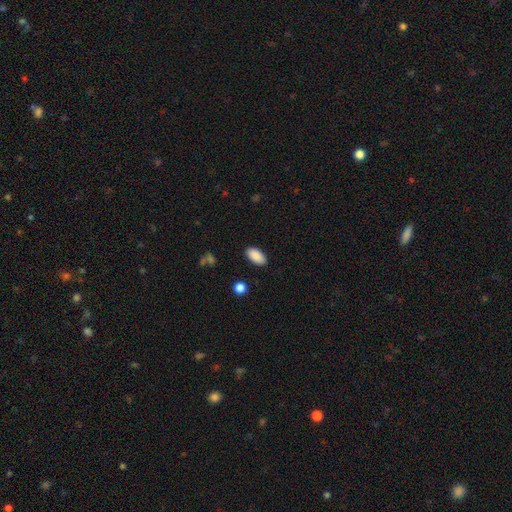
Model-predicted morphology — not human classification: Smooth or featured? Predicted: smooth (p=0.89). How rounded? Predicted: in between (p=0.93). Merging? Predicted: none (p=0.88).